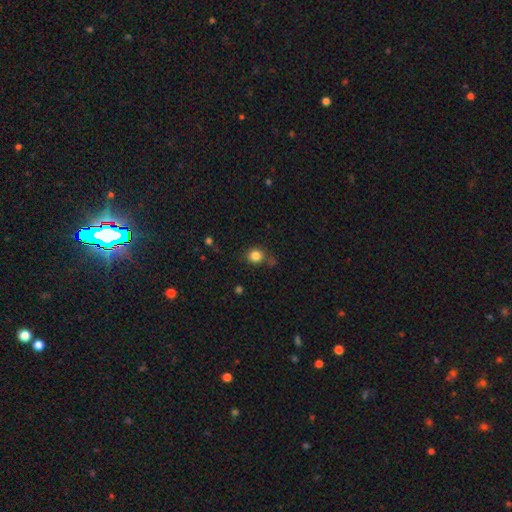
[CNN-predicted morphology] Smooth or featured? smooth (83%)
How rounded? round (83%)
Merging? none (72%)